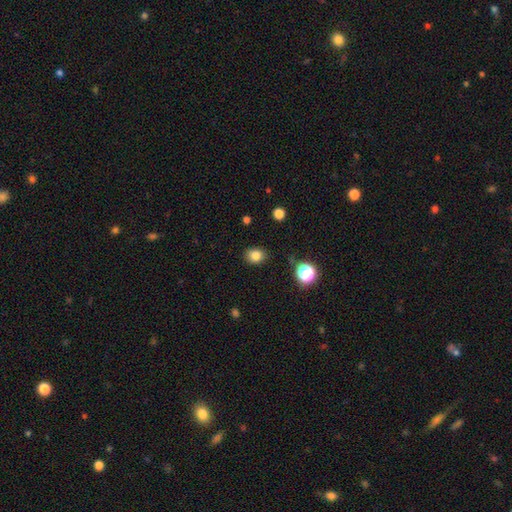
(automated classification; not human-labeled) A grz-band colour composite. It shows a smooth galaxy with no disk features (82%) that is round (52%). Merging: none (86%).